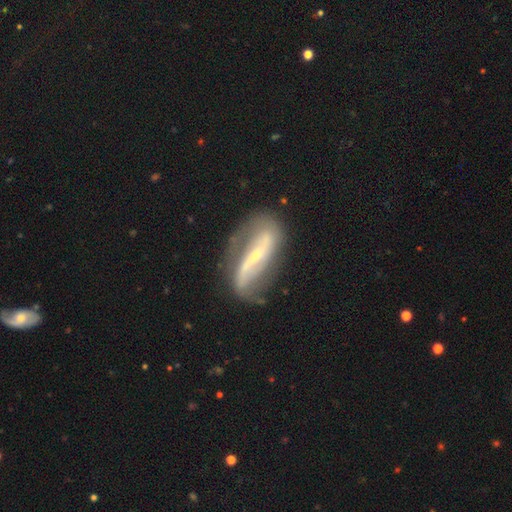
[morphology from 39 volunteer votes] Smooth or featured? featured or disk (85%)
Edge-on disk? no (94%)
Bar? strong (48%)
Spiral arms? yes (97%)
Spiral winding? loose (77%)
Spiral arm count? 2 (90%)
Bulge size? small (84%)
Merging? none (77%)